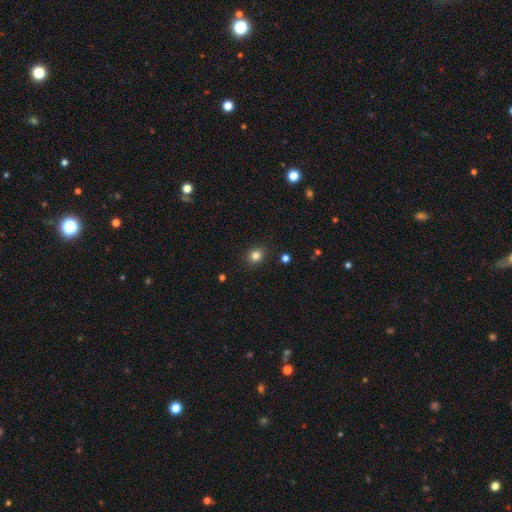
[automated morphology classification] Smooth or featured? Predicted: smooth (p=0.82). How rounded? Predicted: round (p=0.68). Merging? Predicted: none (p=0.89).